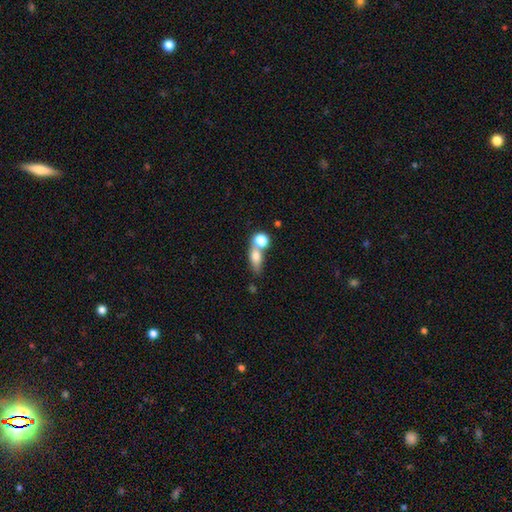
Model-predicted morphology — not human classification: Smooth or featured? Predicted: smooth (p=0.72). How rounded? Predicted: in between (p=0.55). Merging? Predicted: merger (p=0.48).